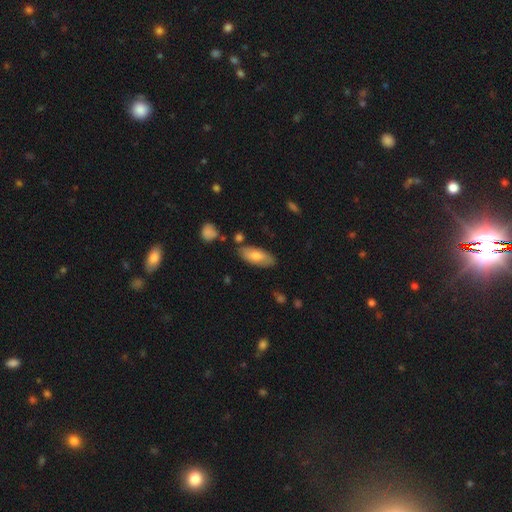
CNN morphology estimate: The model was most divided on "smooth or featured": smooth: 72%, featured or disk: 22%, star or artifact: 6%. More confident: how rounded — in between (83%); merging — none (79%).